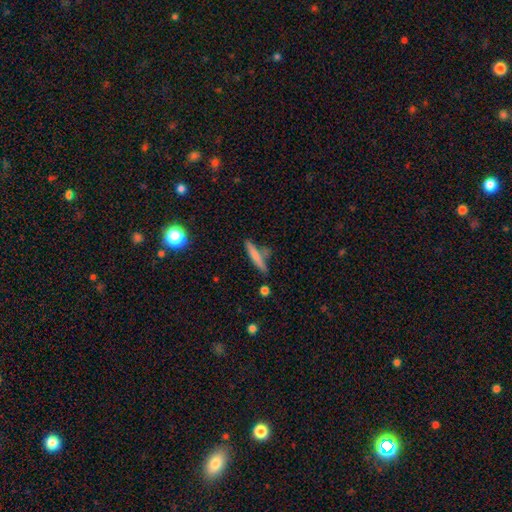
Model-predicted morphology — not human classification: Smooth or featured? Predicted: smooth (p=0.70). How rounded? Predicted: cigar-shaped (p=0.90). Merging? Predicted: none (p=0.72).